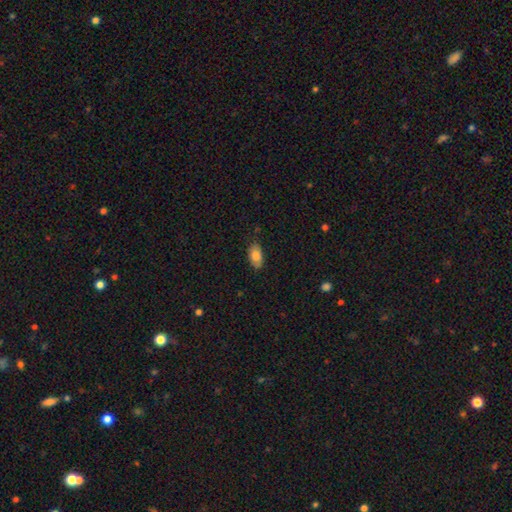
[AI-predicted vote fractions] The model was most divided on "merging": none: 81%, minor disturbance: 15%, major disturbance: 2%, merger: 1%. More confident: how rounded — in between (92%); smooth or featured — smooth (82%).